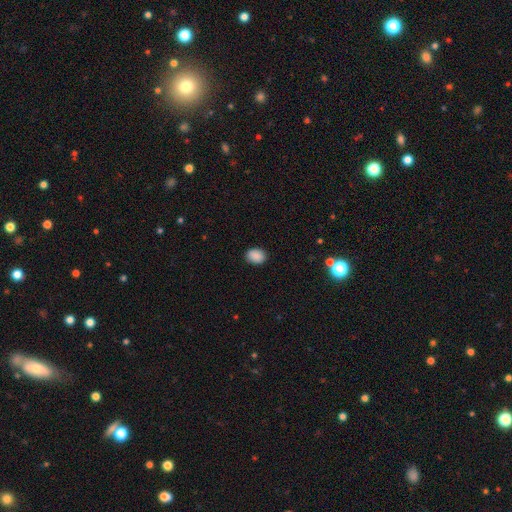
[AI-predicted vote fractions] This appears to be a smooth galaxy with no disk features (89%) that is in between round and cigar-shaped (68%). Merging: none (88%).